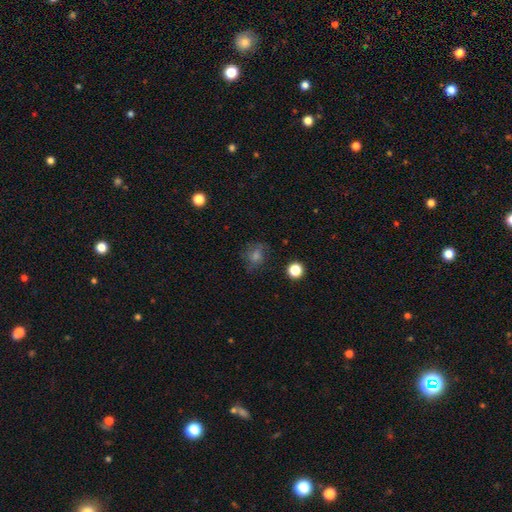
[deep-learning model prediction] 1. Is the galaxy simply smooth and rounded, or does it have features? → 52% smooth, 26% star or artifact, 22% featured or disk.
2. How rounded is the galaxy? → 71% round, 28% in between, 1% cigar-shaped.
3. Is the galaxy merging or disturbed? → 70% none, 18% minor disturbance, 10% major disturbance, 2% merger.